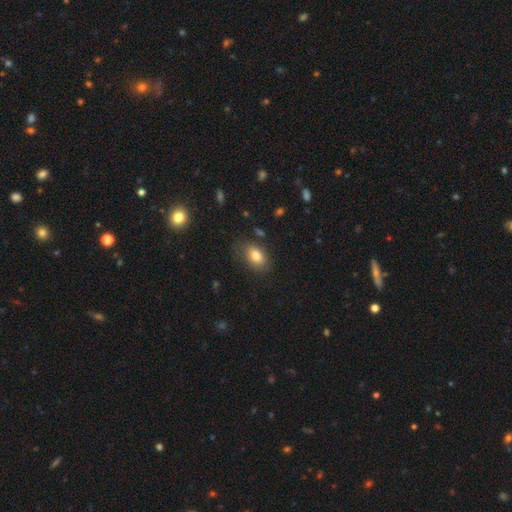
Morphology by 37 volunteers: Volunteers were most divided on "merging": none: 66%, minor disturbance: 23%, major disturbance: 11%, merger: 0%. More confident: how rounded — in between (90%); smooth or featured — smooth (84%).